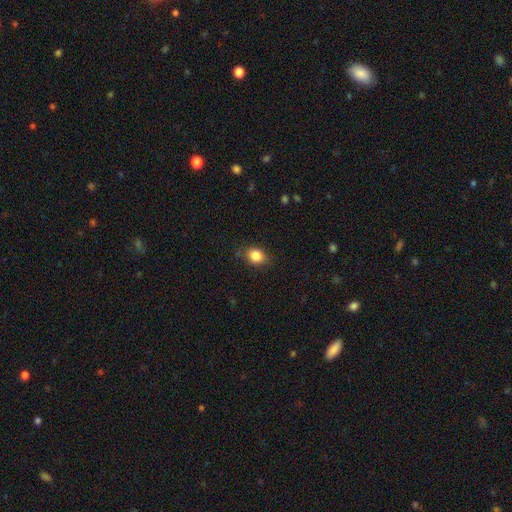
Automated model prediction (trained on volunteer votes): smooth 85%, star or artifact 10%, featured or disk 6%. Down the decision tree: how rounded — in between (51%); merging — none (81%).